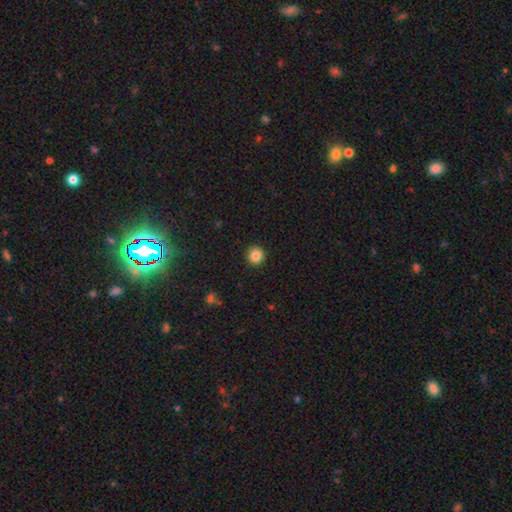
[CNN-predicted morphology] A smooth galaxy with no disk features (85%) that is round (91%).

Vote fractions:
- Smooth or featured? smooth: 85% / star or artifact: 10% / featured or disk: 5%
- How rounded? round: 91% / in between: 8% / cigar-shaped: 1%
- Merging? none: 93% / minor disturbance: 5% / major disturbance: 2% / merger: 1%